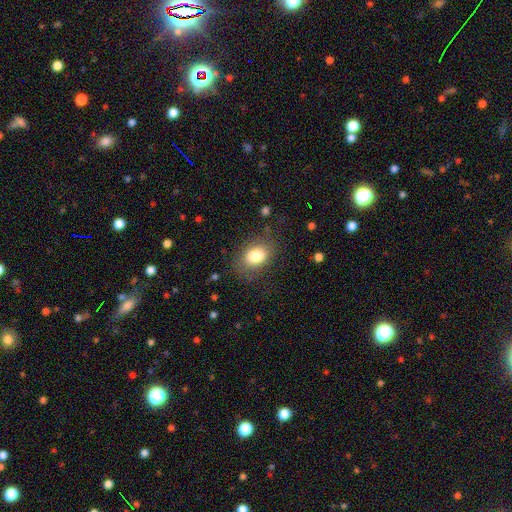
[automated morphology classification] The model was most divided on "how rounded": in between: 67%, round: 32%, cigar-shaped: 1%. More confident: smooth or featured — smooth (81%); merging — none (75%).